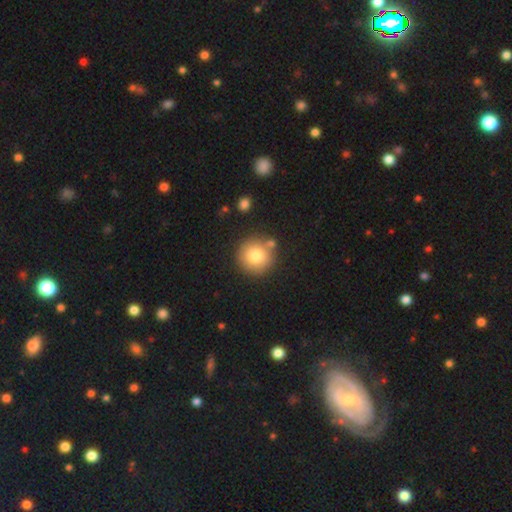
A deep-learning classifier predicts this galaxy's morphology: smooth_or_featured: smooth (p=0.79) [alt: featured or disk p=0.11]
how_rounded: round (p=0.94) [alt: in between p=0.05]
merging: none (p=0.79) [alt: merger p=0.10]